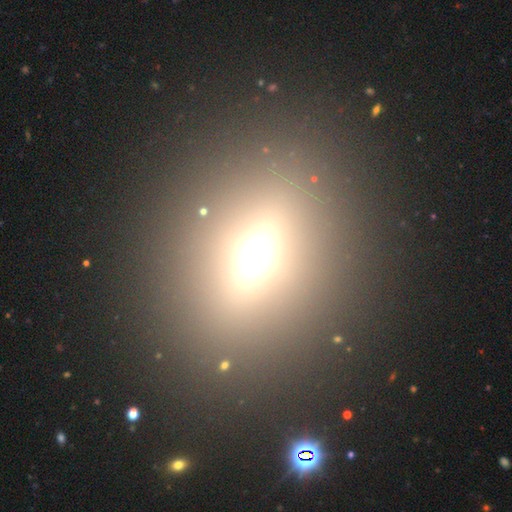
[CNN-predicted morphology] type=smooth (50%); merging=none (84%).